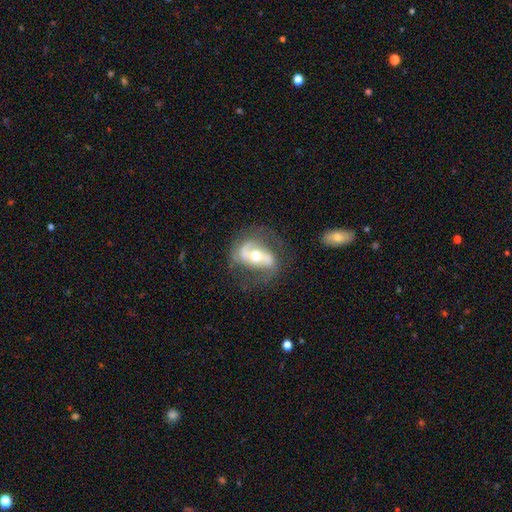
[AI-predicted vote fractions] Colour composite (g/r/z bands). It shows a featured or disk galaxy (78%) with a strong bar (38%), 2 (85%) medium (43%) spiral arms (84%) and a moderate central bulge (68%). Merging: none (66%).